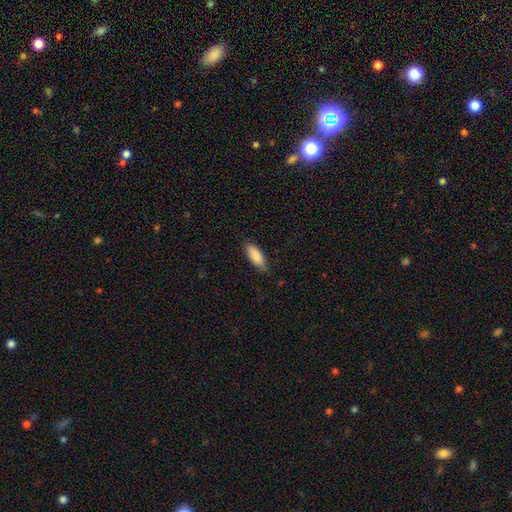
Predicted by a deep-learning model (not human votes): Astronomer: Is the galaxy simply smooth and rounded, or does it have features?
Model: smooth — 88%.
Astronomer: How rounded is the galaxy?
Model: in between — 71%.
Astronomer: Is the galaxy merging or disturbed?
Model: none — 81%.